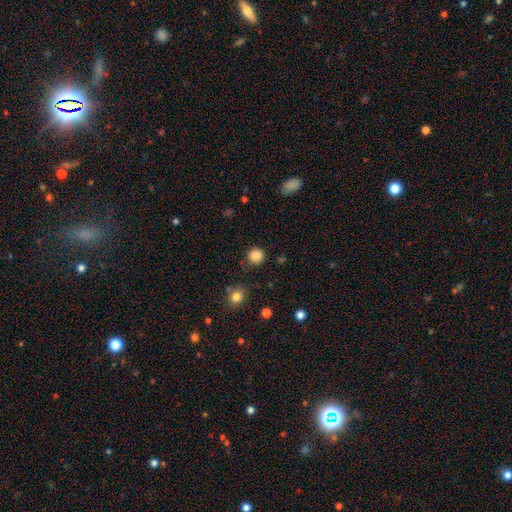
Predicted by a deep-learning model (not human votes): Overall: smooth (85%). How rounded: round (91%). Merging: none (82%).